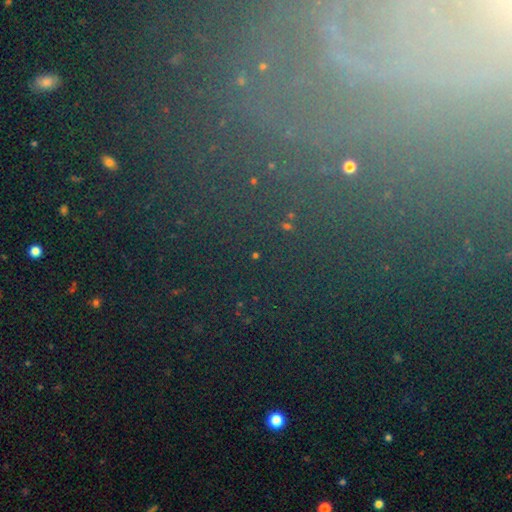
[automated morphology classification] Smooth or featured: star or artifact — 71% (smooth — 17%)